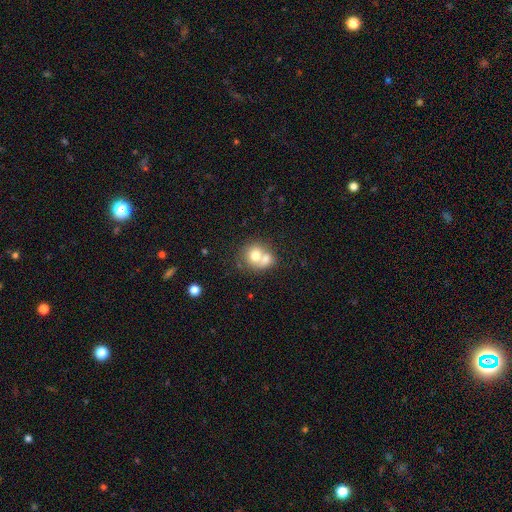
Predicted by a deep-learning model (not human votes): Smooth or featured? Predicted: smooth (p=0.70). How rounded? Predicted: round (p=0.76). Merging? Predicted: merger (p=0.59).